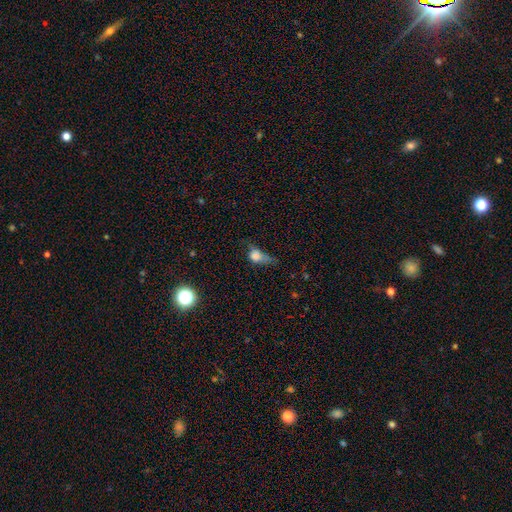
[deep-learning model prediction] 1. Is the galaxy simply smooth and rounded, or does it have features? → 68% smooth, 19% featured or disk, 14% star or artifact.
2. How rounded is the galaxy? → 60% in between, 33% round, 7% cigar-shaped.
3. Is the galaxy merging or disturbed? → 42% major disturbance, 28% minor disturbance, 22% none, 7% merger.